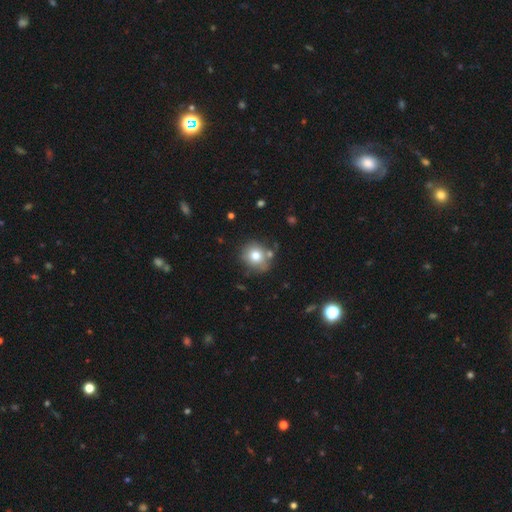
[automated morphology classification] Smooth or featured: smooth — 76% (featured or disk — 13%)
How rounded: round — 82% (in between — 17%)
Merging: none — 72% (minor disturbance — 14%)